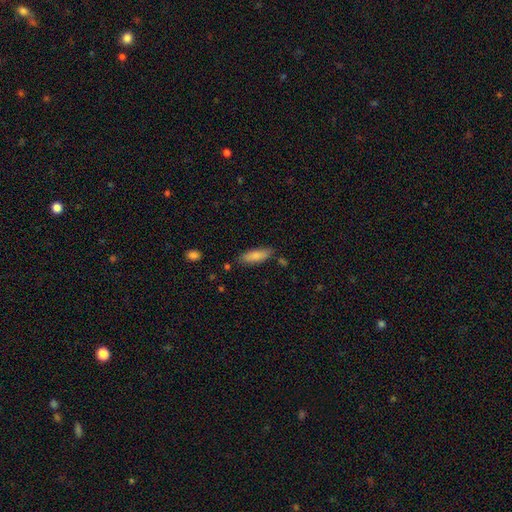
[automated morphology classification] Overall: smooth (83%). How rounded: in between (55%; cigar-shaped 43%). Merging: none (79%).